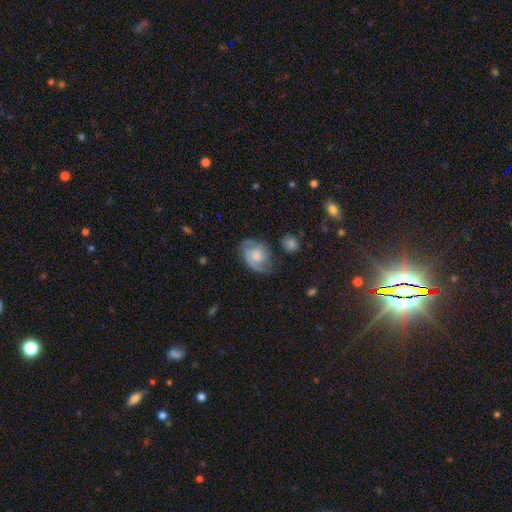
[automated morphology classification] This is possibly a featured or disk galaxy (48%). Merging: possibly none (53%).